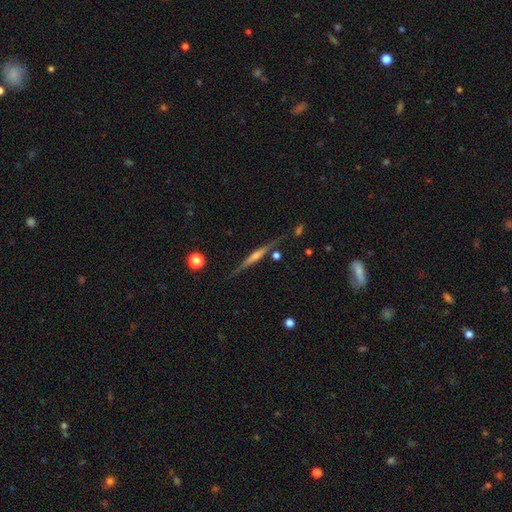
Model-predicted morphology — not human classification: Smooth or featured? featured or disk (76%)
Edge-on disk? yes (97%)
Edge-on bulge? rounded (56%)
Merging? none (83%)